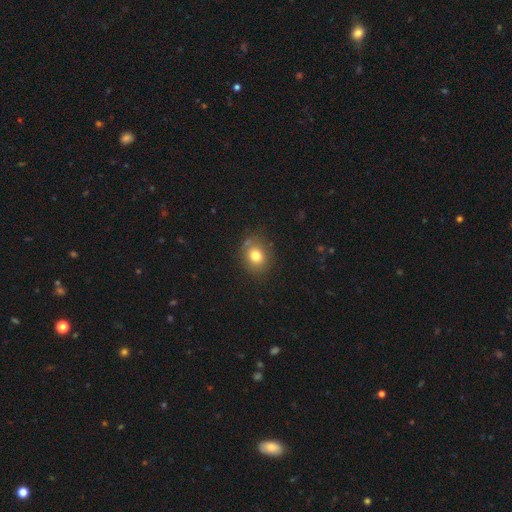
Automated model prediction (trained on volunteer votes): smooth-or-featured: smooth: 77% | star or artifact: 12% | featured or disk: 11%
  how-rounded: round: 65% | in between: 34% | cigar-shaped: 1%
  merging: none: 78% | minor disturbance: 15% | major disturbance: 4% | merger: 3%